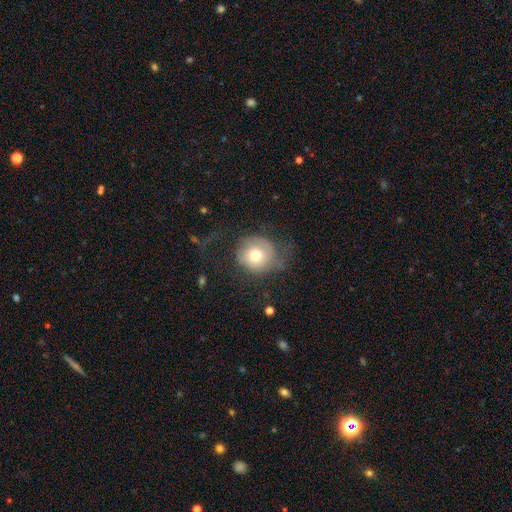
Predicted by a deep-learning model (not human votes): A smooth galaxy with no disk features (61%) that is round (83%).

Vote fractions:
- Smooth or featured? smooth: 61% / featured or disk: 29% / star or artifact: 10%
- How rounded? round: 83% / in between: 16% / cigar-shaped: 1%
- Merging? none: 44% / major disturbance: 31% / minor disturbance: 23% / merger: 2%